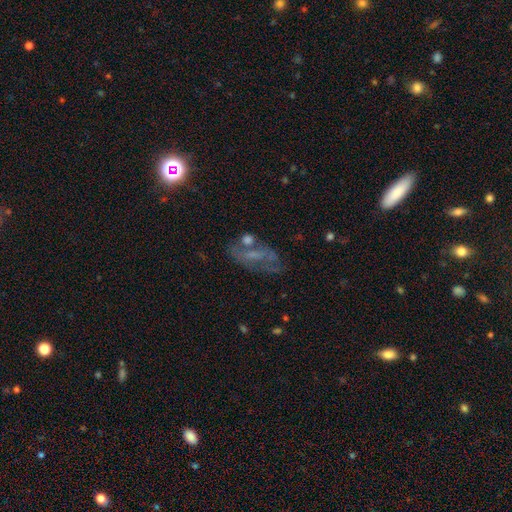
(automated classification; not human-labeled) This appears to be a featured or disk galaxy (54%). Merging: none (48%).